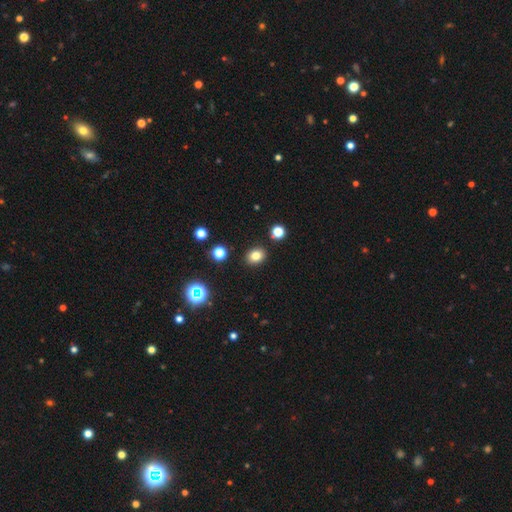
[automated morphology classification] The model was most divided on "how rounded": in between: 53%, round: 46%, cigar-shaped: 1%. More confident: merging — none (88%); smooth or featured — smooth (80%).